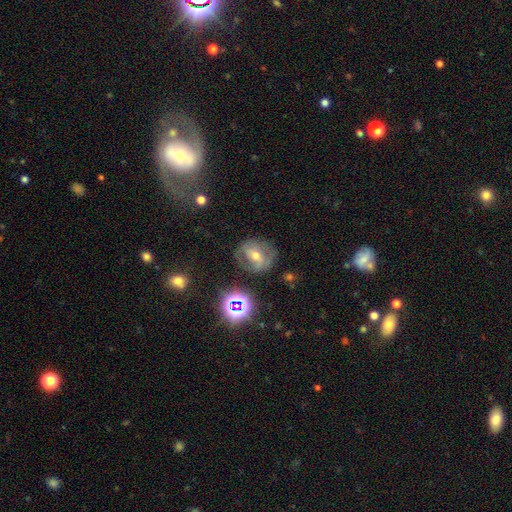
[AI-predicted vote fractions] smooth_or_featured: featured or disk (p=0.55) [alt: smooth p=0.30]
disk_edge_on: no (p=0.94) [alt: yes p=0.06]
bar: strong (p=0.34) [tied with: weak p=0.34]
has_spiral_arms: yes (p=0.54) [alt: no p=0.46]
bulge_size: moderate (p=0.60) [alt: small p=0.35]
merging: none (p=0.71) [alt: minor disturbance p=0.17]